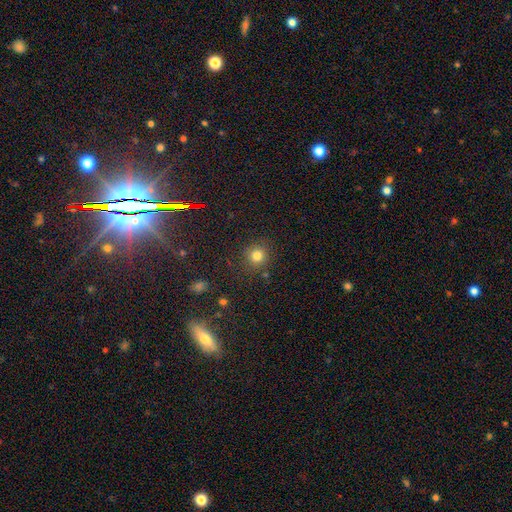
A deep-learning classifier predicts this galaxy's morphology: Overall: smooth (75%). How rounded: round (93%). Merging: none (87%).